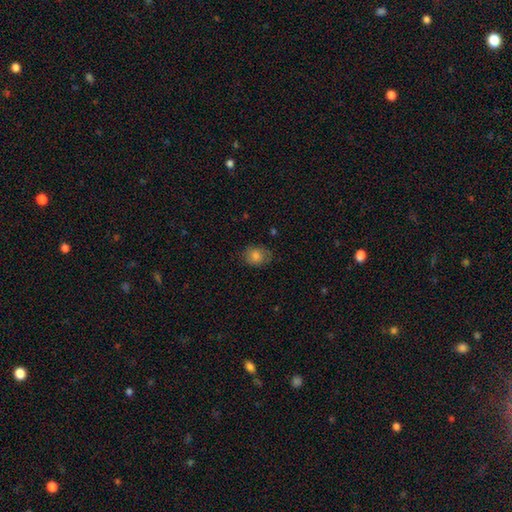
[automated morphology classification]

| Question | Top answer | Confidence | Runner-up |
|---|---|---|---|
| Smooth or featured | smooth | 76% | star or artifact (13%) |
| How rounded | round | 58% | in between (41%) |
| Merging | none | 76% | minor disturbance (18%) |